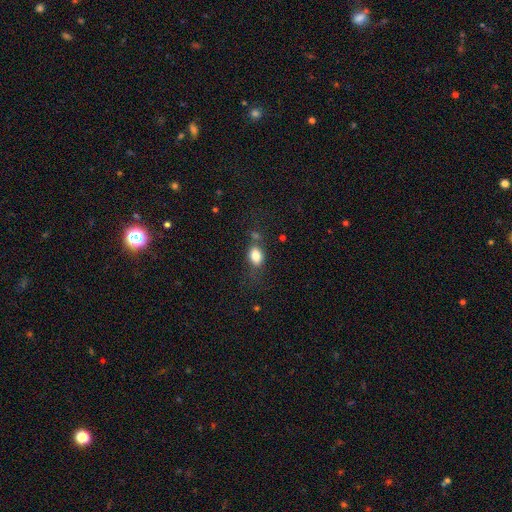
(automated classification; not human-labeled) Smooth or featured?
  - smooth: 82% *
  - star or artifact: 10%
  - featured or disk: 9%
How rounded?
  - in between: 78% *
  - round: 19%
  - cigar-shaped: 3%
Merging?
  - none: 56% *
  - minor disturbance: 23%
  - major disturbance: 11%
  - merger: 10%